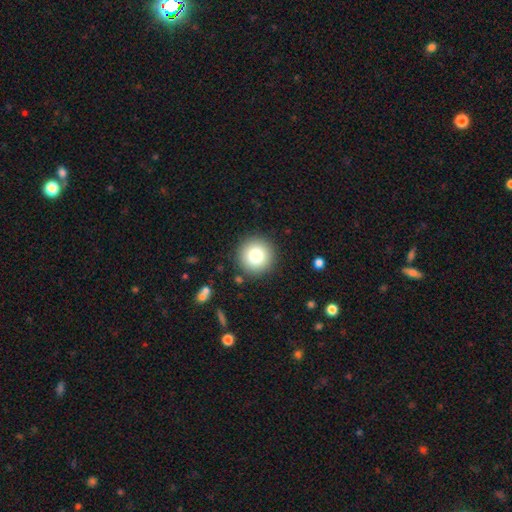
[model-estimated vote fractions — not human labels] smooth 78%, featured or disk 11%, star or artifact 11%. Down the decision tree: how rounded — round (96%); merging — none (91%).